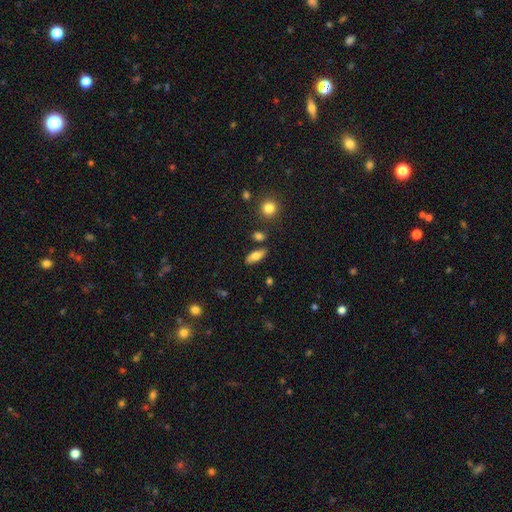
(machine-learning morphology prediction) A smooth galaxy with no disk features (74%) that is in between round and cigar-shaped (76%).

Vote fractions:
- Smooth or featured? smooth: 74% / featured or disk: 19% / star or artifact: 7%
- How rounded? in between: 76% / cigar-shaped: 21% / round: 4%
- Merging? none: 82% / minor disturbance: 10% / merger: 5% / major disturbance: 3%